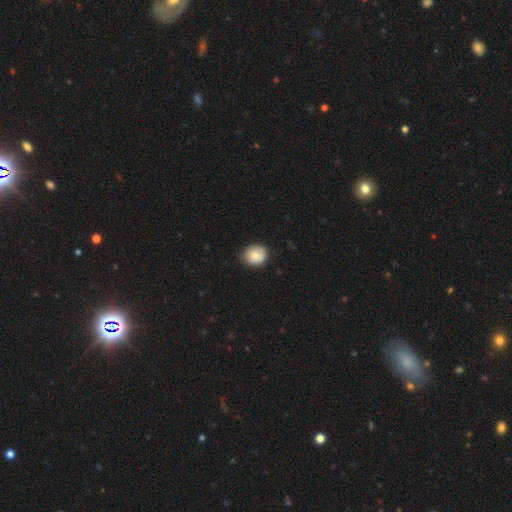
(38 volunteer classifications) Smooth or featured? 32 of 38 (84%) said smooth. How rounded? 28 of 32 (88%) said round. Merging? 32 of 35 (91%) said none.